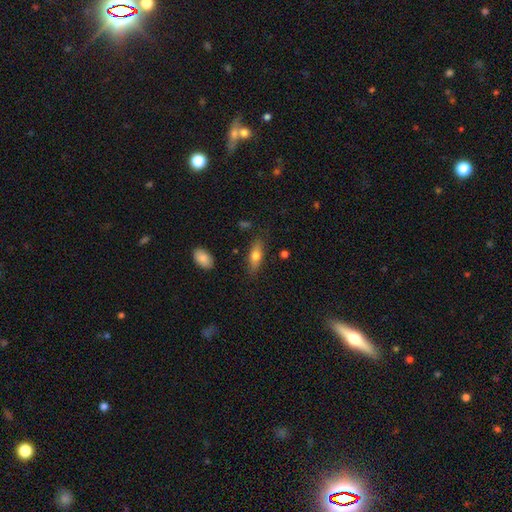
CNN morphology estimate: Smooth or featured? Predicted: smooth (p=0.65). How rounded? Predicted: in between (p=0.65). Merging? Predicted: none (p=0.80).